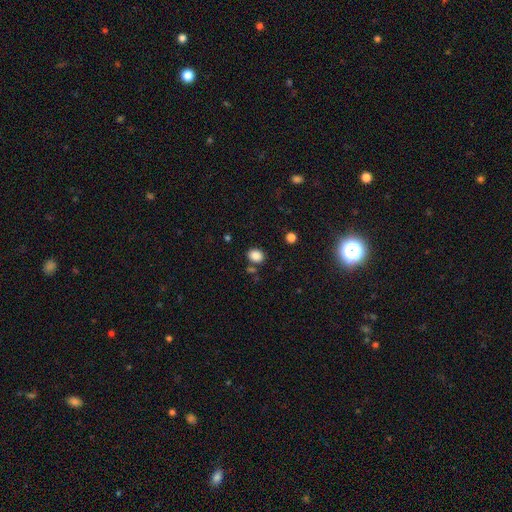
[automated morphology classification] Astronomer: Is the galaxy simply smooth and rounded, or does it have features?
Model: smooth — 86%.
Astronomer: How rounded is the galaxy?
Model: in between — 55% (runner-up: round, 44%).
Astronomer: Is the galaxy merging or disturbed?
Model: none — 78%.